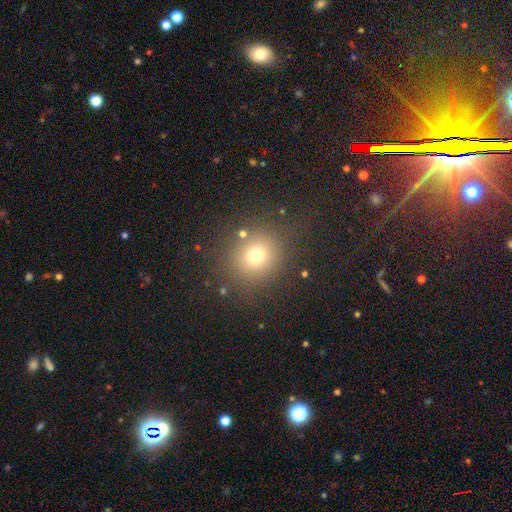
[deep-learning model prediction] Smooth or featured? Predicted: smooth (p=0.70). How rounded? Predicted: round (p=0.85). Merging? Predicted: none (p=0.83).